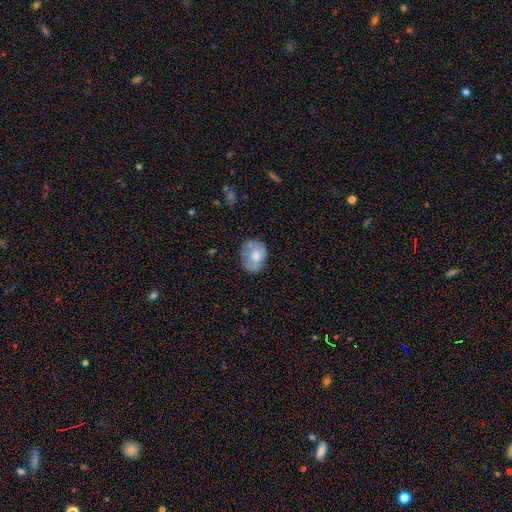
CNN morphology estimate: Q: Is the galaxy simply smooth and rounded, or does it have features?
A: smooth — 65%.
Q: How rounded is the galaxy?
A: in between — 60%.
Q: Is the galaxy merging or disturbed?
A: none — 57%.